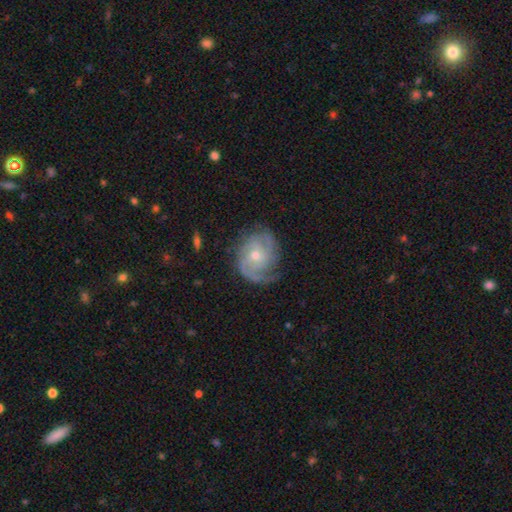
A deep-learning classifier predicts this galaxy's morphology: Smooth or featured?
  - featured or disk: 85% *
  - smooth: 9%
  - star or artifact: 6%
Edge-on disk?
  - no: 98% *
  - yes: 2%
Bar?
  - no: 72% *
  - weak: 24%
  - strong: 4%
Spiral arms?
  - yes: 97% *
  - no: 3%
Spiral winding?
  - tight: 56% *
  - medium: 34%
  - loose: 9%
Spiral arm count?
  - 3: 31% *
  - 2: 30%
  - can't tell: 20%
  - 4: 7%
  - 1: 7%
  - more than 4: 5%
Bulge size?
  - small: 54% *
  - moderate: 42%
  - large: 1%
  - none: 1%
  - dominant: 1%
Merging?
  - none: 71% *
  - minor disturbance: 19%
  - major disturbance: 8%
  - merger: 1%